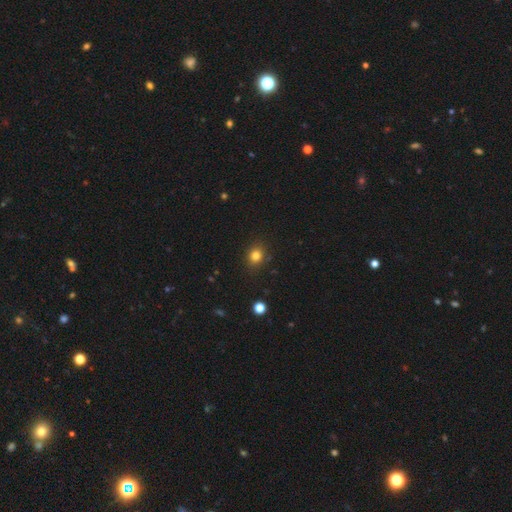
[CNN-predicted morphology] Smooth or featured: smooth — 81% (star or artifact — 13%)
How rounded: round — 67% (in between — 32%)
Merging: none — 86% (minor disturbance — 10%)